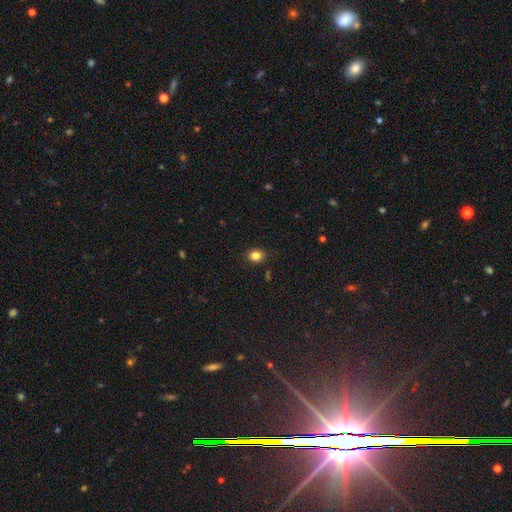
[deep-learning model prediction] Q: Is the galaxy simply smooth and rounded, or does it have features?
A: smooth — 83%.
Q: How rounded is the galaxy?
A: round — 52%.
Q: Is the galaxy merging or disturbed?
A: none — 87%.